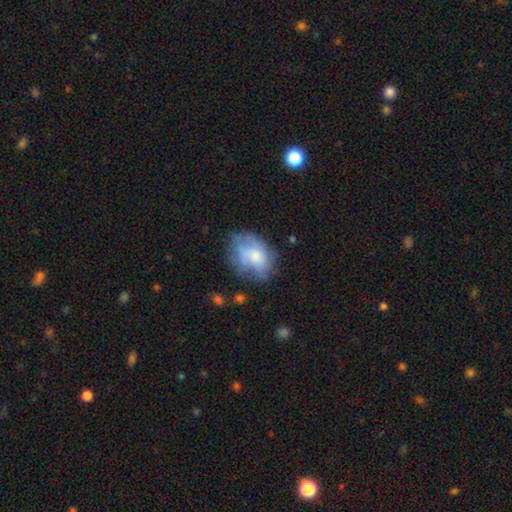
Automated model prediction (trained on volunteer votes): A smooth galaxy with no disk features (51%) that is in between round and cigar-shaped (64%). Merging: none (51%).